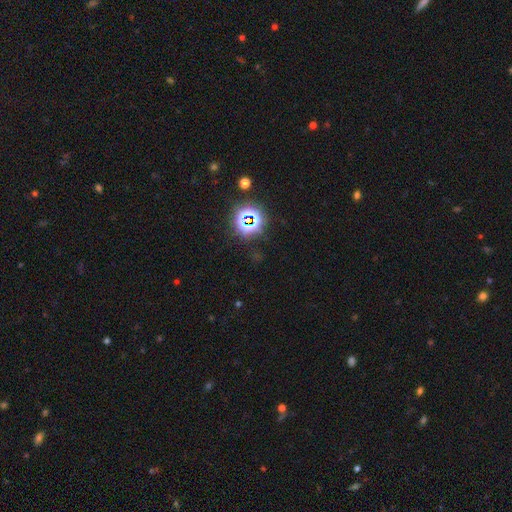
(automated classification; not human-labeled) Smooth or featured? Predicted: star or artifact (p=0.77).